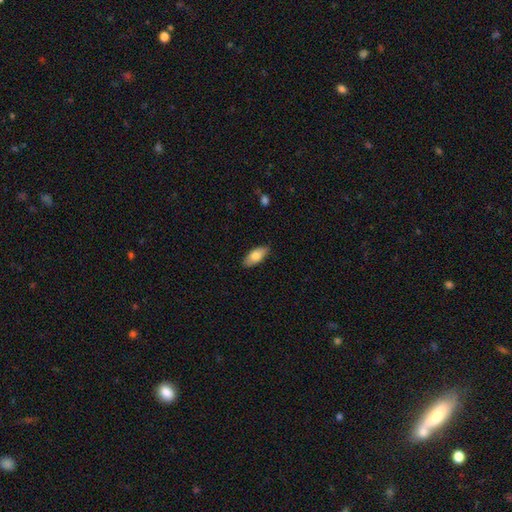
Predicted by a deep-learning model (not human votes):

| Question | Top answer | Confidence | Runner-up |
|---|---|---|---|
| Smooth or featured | smooth | 77% | featured or disk (17%) |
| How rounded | in between | 88% | cigar-shaped (10%) |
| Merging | none | 85% | minor disturbance (12%) |